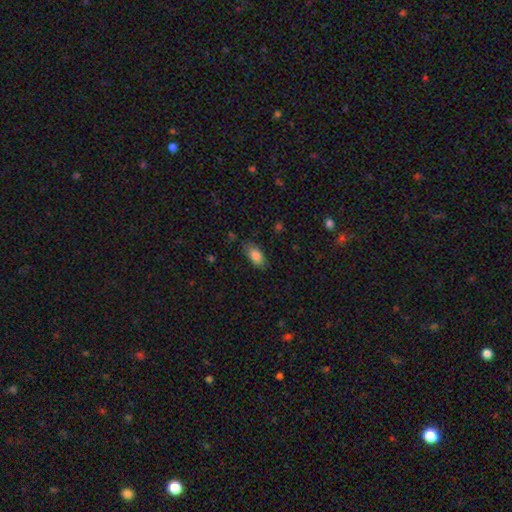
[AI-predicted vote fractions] Smooth or featured?
  - smooth: 83% *
  - featured or disk: 10%
  - star or artifact: 7%
How rounded?
  - in between: 88% *
  - cigar-shaped: 8%
  - round: 3%
Merging?
  - none: 79% *
  - minor disturbance: 16%
  - major disturbance: 4%
  - merger: 2%